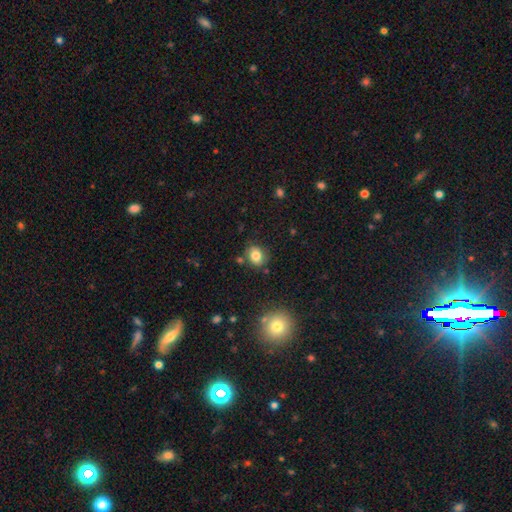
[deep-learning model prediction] A smooth galaxy with no disk features (79%) that is round (60%).

Vote fractions:
- Smooth or featured? smooth: 79% / star or artifact: 11% / featured or disk: 11%
- How rounded? round: 60% / in between: 39% / cigar-shaped: 1%
- Merging? none: 77% / minor disturbance: 14% / merger: 5% / major disturbance: 4%